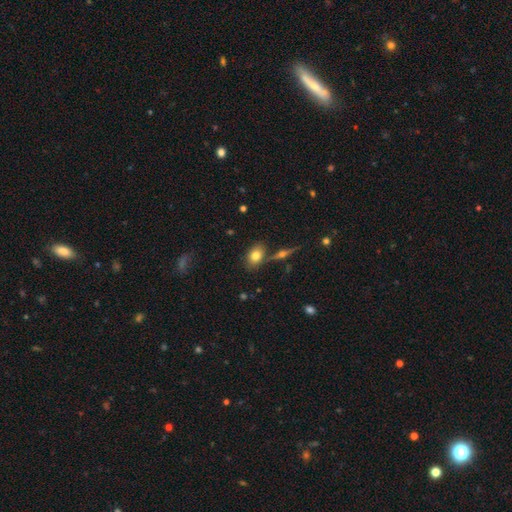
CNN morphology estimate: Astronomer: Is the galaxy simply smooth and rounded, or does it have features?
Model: smooth — 75%.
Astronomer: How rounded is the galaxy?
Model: in between — 75%.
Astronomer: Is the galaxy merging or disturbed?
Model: none — 74%.